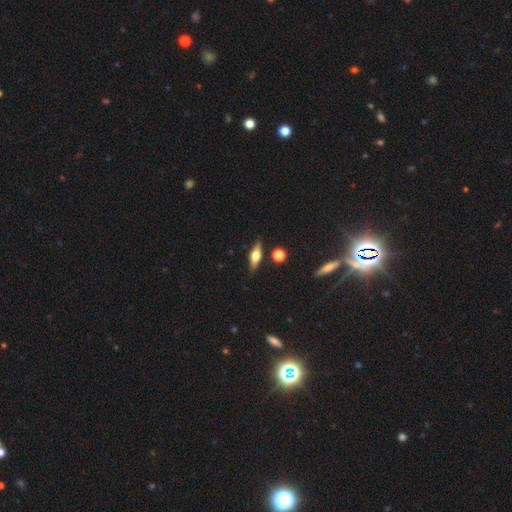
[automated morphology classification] Smooth or featured? smooth (48%)
Merging? none (83%)